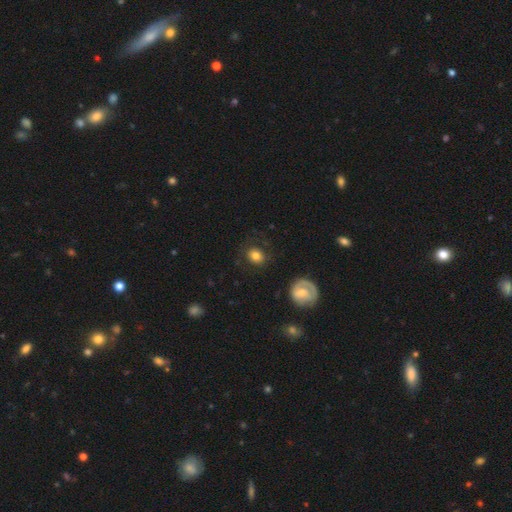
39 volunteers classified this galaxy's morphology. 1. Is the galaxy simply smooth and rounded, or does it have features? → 82% smooth, 15% featured or disk, 3% star or artifact.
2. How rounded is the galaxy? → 56% round, 44% in between, 0% cigar-shaped.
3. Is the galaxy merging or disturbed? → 66% none, 24% minor disturbance, 8% major disturbance, 3% merger.